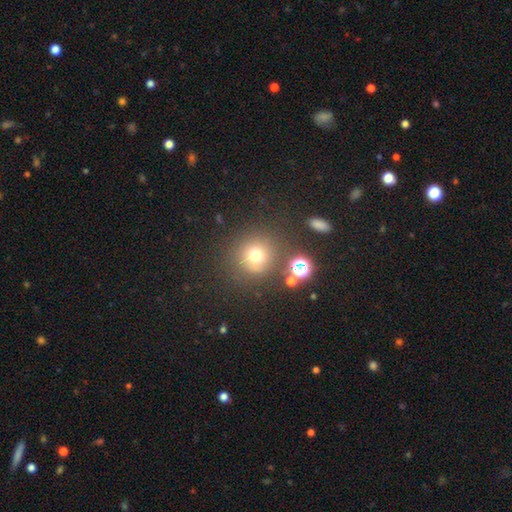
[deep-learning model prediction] Morphology: type=smooth (71%); roundness=round (92%); merging=none (78%).